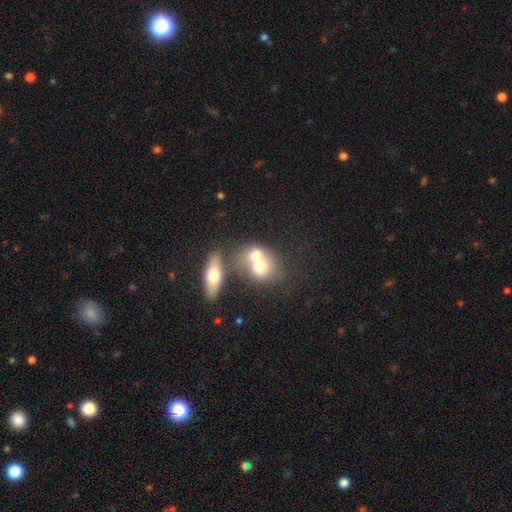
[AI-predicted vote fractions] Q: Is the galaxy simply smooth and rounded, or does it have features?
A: smooth — 62%.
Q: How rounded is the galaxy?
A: round — 52%.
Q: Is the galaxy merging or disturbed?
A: merger — 68%.